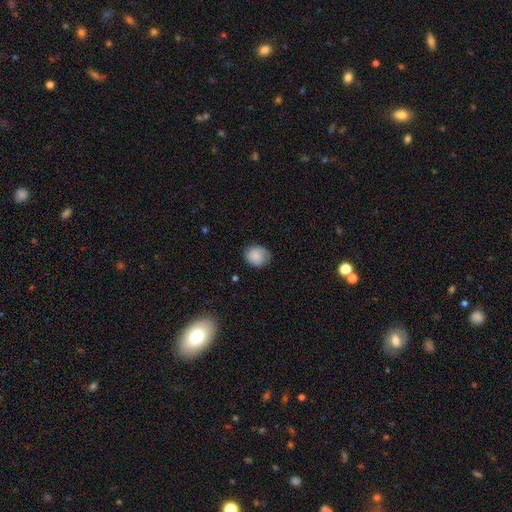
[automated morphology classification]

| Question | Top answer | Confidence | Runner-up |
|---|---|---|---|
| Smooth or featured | smooth | 80% | featured or disk (12%) |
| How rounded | round | 71% | in between (28%) |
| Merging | none | 73% | minor disturbance (21%) |